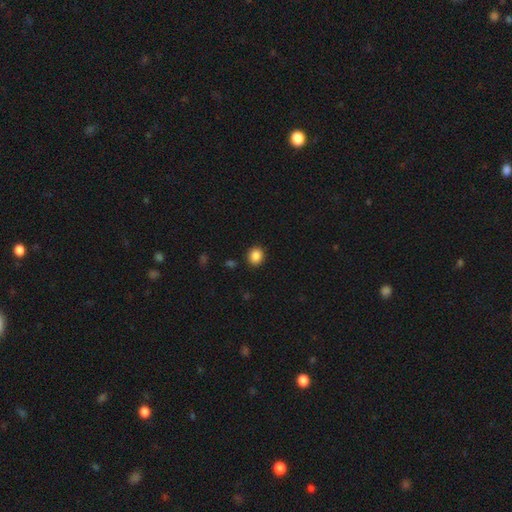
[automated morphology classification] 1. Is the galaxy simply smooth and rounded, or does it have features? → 87% smooth, 10% star or artifact, 3% featured or disk.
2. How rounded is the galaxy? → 76% round, 23% in between, 1% cigar-shaped.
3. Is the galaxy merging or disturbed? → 90% none, 6% minor disturbance, 2% major disturbance, 1% merger.